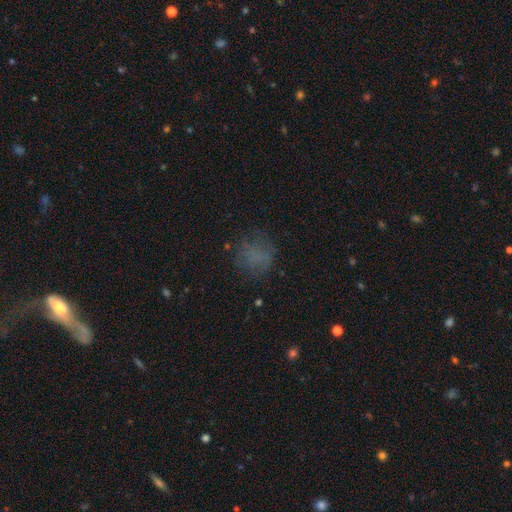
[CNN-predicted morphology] Smooth or featured? smooth (64%)
How rounded? round (76%)
Merging? none (68%)